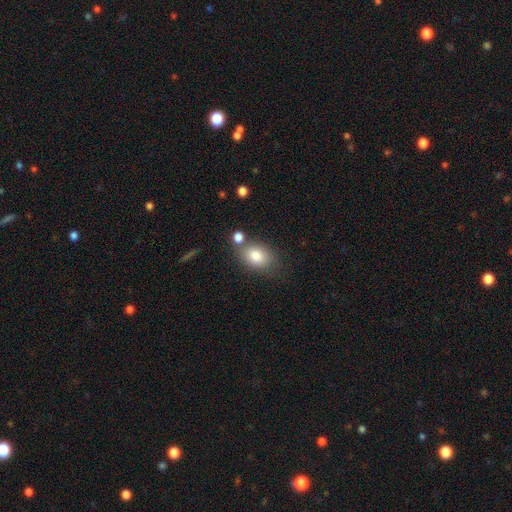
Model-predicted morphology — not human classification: Q: Smooth or featured?
A: smooth (81%); runner-up: featured or disk (11%)
Q: How rounded?
A: in between (76%); runner-up: round (23%)
Q: Merging?
A: none (64%); runner-up: merger (16%)